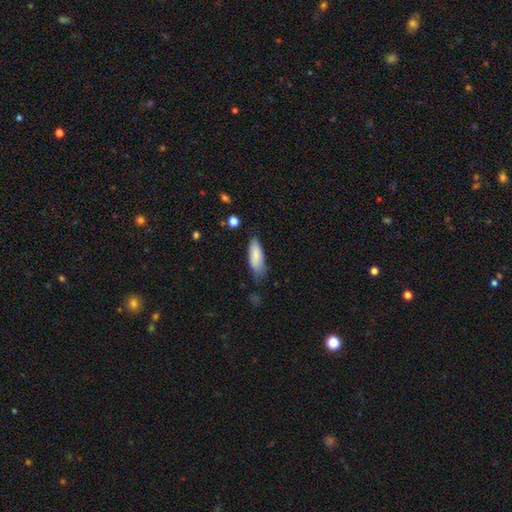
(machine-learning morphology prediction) This is clearly a smooth galaxy (84%). How rounded: likely in between (66%). Merging: possibly none (53%).